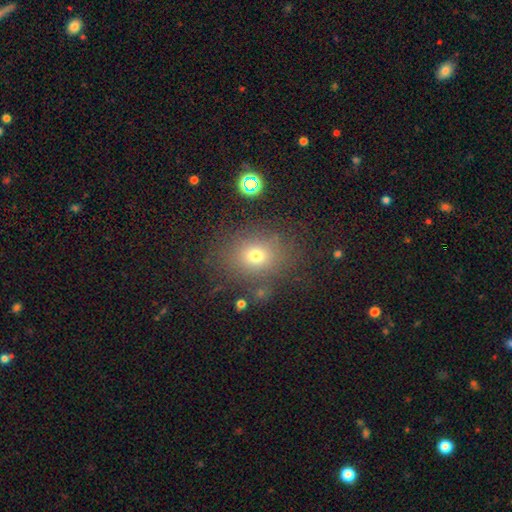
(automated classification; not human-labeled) A smooth galaxy with no disk features (68%) that is round (61%). Merging: none (75%).